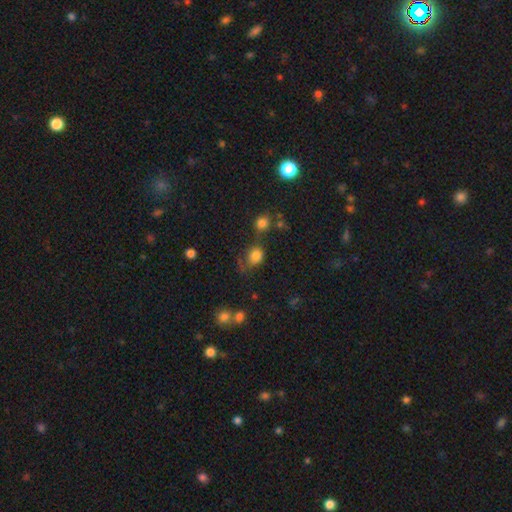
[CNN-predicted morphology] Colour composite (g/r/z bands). It shows a smooth galaxy with no disk features (79%) that is round (65%). Merging: none (53%).